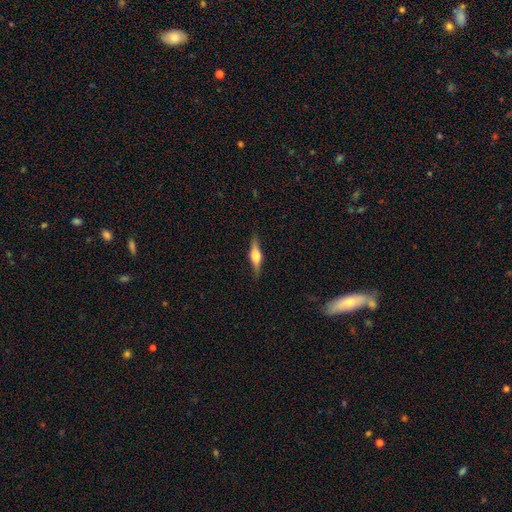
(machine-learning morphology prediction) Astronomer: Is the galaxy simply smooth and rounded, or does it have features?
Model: featured or disk — 57% (runner-up: smooth, 37%).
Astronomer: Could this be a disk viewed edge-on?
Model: yes — 95%.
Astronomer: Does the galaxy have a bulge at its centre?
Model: rounded — 89%.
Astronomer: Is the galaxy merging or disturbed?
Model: none — 84%.